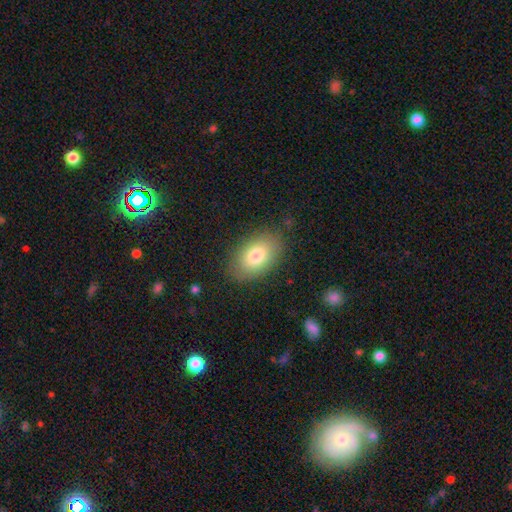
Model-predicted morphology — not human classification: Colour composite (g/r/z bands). It shows a smooth galaxy with no disk features (78%) that is in between round and cigar-shaped (89%). Merging: none (82%).